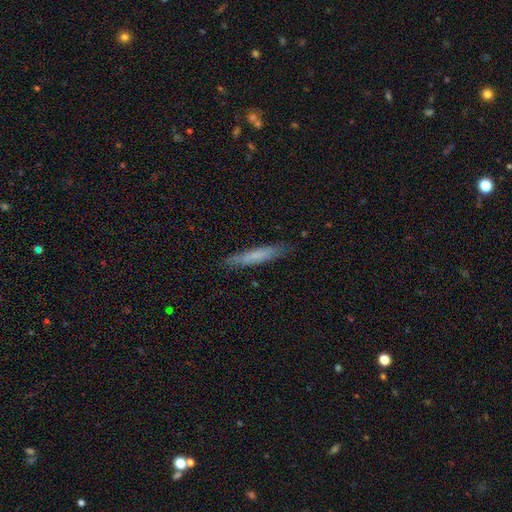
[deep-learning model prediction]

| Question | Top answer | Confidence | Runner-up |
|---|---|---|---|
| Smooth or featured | smooth | 68% | featured or disk (26%) |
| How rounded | cigar-shaped | 93% | in between (6%) |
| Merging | none | 86% | minor disturbance (11%) |